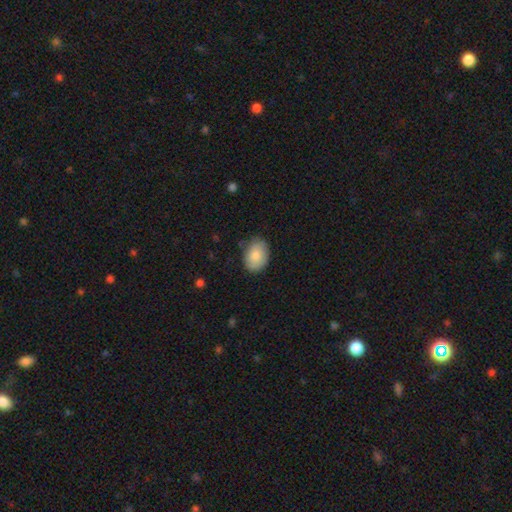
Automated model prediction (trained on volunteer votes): A smooth galaxy with no disk features (84%) that is in between round and cigar-shaped (81%). Merging: none (80%).